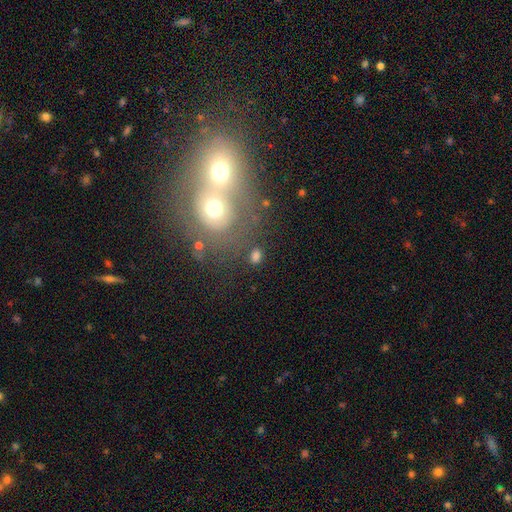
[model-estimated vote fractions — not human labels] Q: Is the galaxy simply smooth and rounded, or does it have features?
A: smooth — 74%.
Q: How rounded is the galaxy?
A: in between — 54%.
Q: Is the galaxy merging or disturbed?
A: none — 74%.